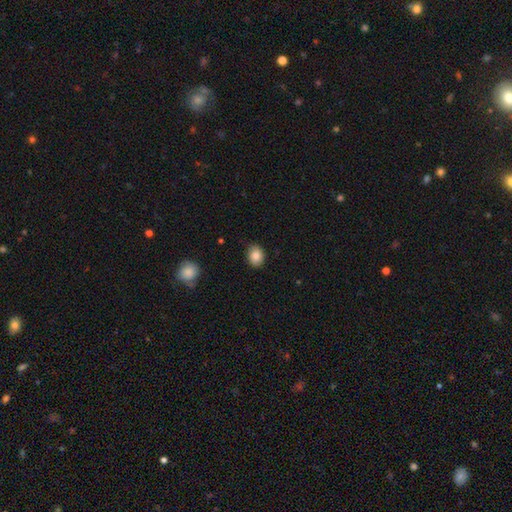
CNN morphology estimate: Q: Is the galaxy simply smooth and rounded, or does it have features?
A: smooth — 84%.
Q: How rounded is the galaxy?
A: in between — 52%.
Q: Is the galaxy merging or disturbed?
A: none — 83%.